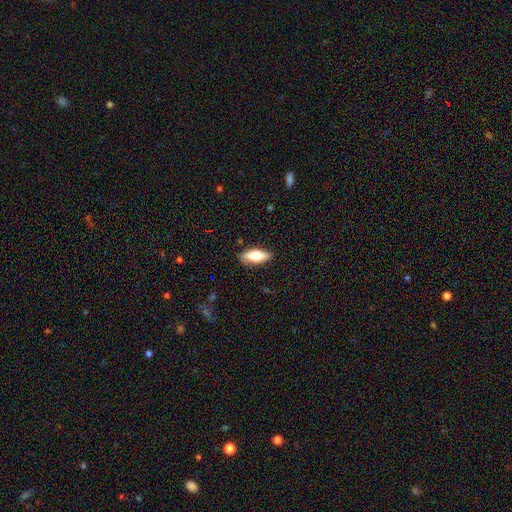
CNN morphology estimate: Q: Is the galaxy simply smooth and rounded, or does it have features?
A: smooth — 69%.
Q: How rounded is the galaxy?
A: in between — 71%.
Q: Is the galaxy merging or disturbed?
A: none — 85%.